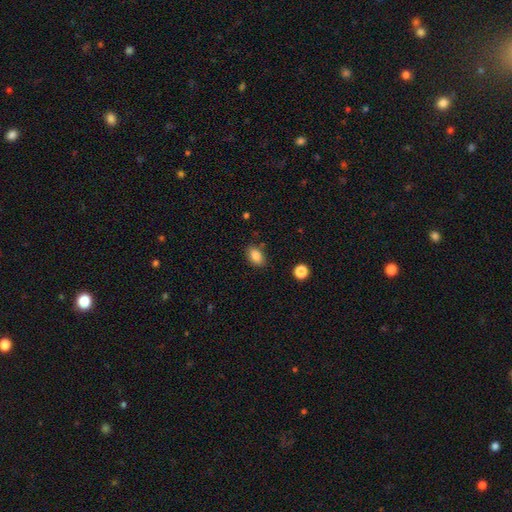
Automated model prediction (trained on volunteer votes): smooth 85%, star or artifact 9%, featured or disk 6%. Down the decision tree: how rounded — in between (82%); merging — none (80%).